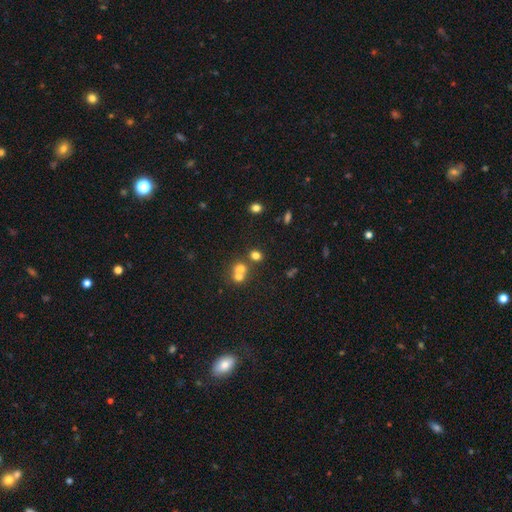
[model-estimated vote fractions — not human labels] Smooth or featured?
  - smooth: 67% *
  - star or artifact: 20%
  - featured or disk: 13%
How rounded?
  - round: 70% *
  - in between: 29%
  - cigar-shaped: 1%
Merging?
  - none: 48% *
  - merger: 41%
  - minor disturbance: 7%
  - major disturbance: 4%